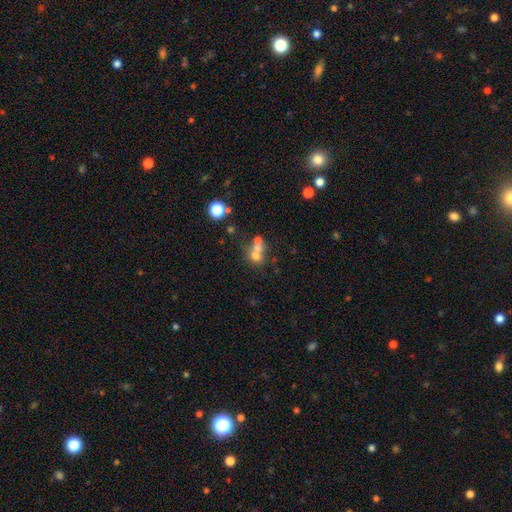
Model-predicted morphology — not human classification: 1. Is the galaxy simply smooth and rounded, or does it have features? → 59% smooth, 24% featured or disk, 17% star or artifact.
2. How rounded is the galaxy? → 74% round, 24% in between, 1% cigar-shaped.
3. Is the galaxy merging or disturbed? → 54% merger, 33% none, 7% minor disturbance, 5% major disturbance.